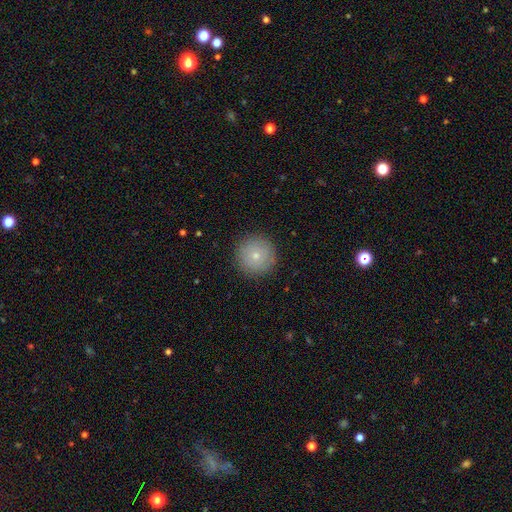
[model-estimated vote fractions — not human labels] A smooth galaxy with no disk features (74%) that is round (96%).

Vote fractions:
- Smooth or featured? smooth: 74% / featured or disk: 17% / star or artifact: 9%
- How rounded? round: 96% / in between: 3% / cigar-shaped: 1%
- Merging? none: 89% / minor disturbance: 7% / major disturbance: 2% / merger: 1%